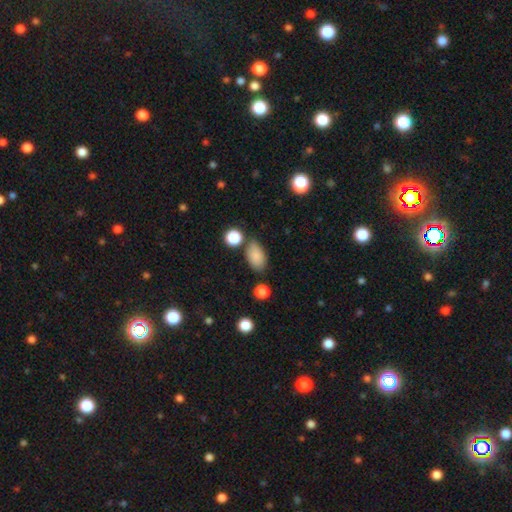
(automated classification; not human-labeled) smooth-or-featured: smooth: 85% | star or artifact: 8% | featured or disk: 7%
  how-rounded: in between: 91% | round: 7% | cigar-shaped: 3%
  merging: none: 71% | minor disturbance: 17% | merger: 7% | major disturbance: 4%